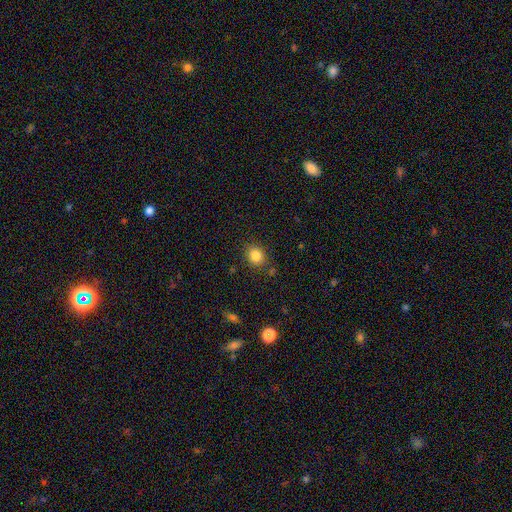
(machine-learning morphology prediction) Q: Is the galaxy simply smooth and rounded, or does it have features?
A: smooth — 84%.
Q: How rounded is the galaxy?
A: round — 63%.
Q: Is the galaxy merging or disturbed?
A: none — 84%.